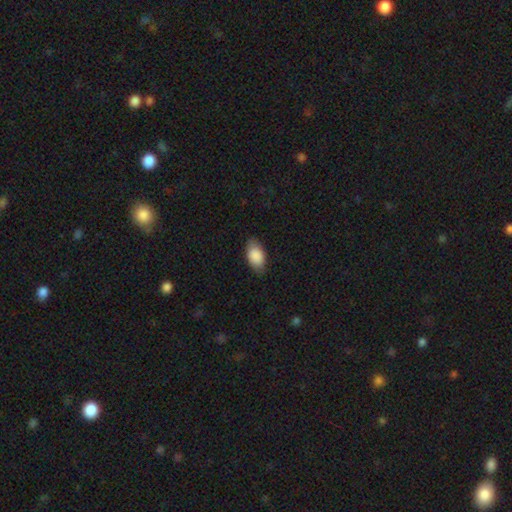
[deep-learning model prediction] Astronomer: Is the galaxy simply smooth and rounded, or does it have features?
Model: smooth — 88%.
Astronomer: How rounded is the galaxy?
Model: in between — 93%.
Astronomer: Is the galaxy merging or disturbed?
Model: none — 82%.